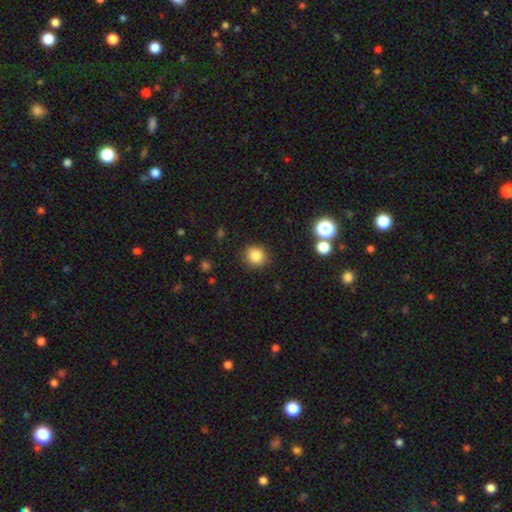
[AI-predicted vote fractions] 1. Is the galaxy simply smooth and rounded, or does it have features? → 84% smooth, 12% star or artifact, 5% featured or disk.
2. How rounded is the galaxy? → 88% round, 11% in between, 1% cigar-shaped.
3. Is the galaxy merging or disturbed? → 87% none, 8% minor disturbance, 3% major disturbance, 2% merger.